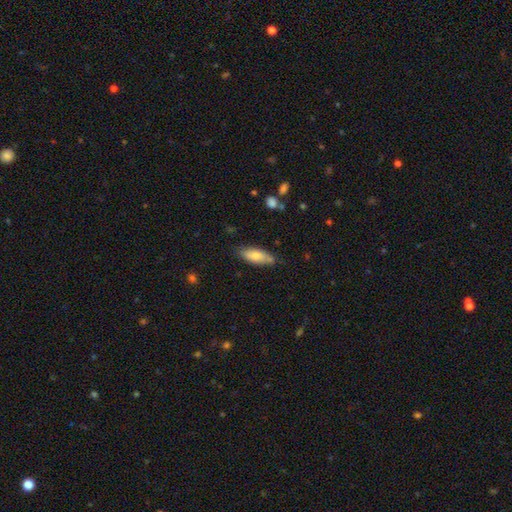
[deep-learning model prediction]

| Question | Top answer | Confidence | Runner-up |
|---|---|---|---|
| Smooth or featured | smooth | 78% | featured or disk (15%) |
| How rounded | in between | 77% | cigar-shaped (21%) |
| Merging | none | 69% | minor disturbance (23%) |